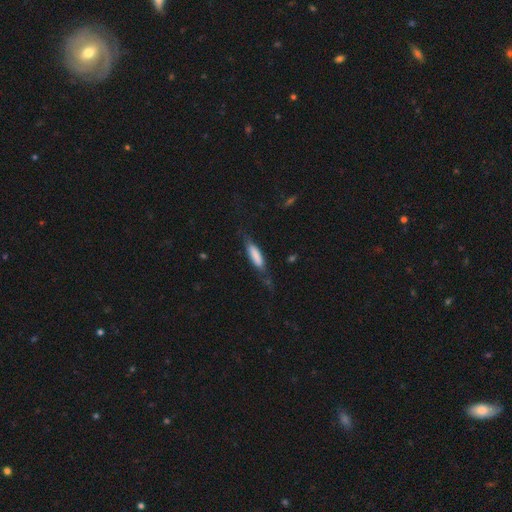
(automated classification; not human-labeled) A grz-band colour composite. It shows a smooth galaxy with no disk features (71%) that is cigar-shaped (70%). Merging: none (59%).